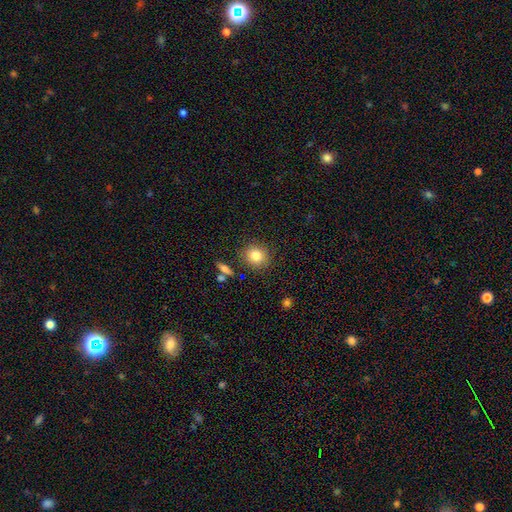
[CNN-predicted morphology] smooth 81%, star or artifact 10%, featured or disk 9%. Down the decision tree: how rounded — round (86%); merging — none (86%).